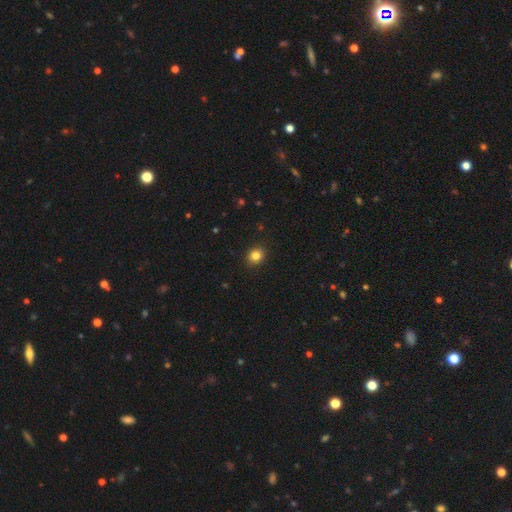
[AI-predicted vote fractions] Smooth or featured: smooth — 83% (star or artifact — 11%)
How rounded: round — 73% (in between — 26%)
Merging: none — 90% (minor disturbance — 7%)